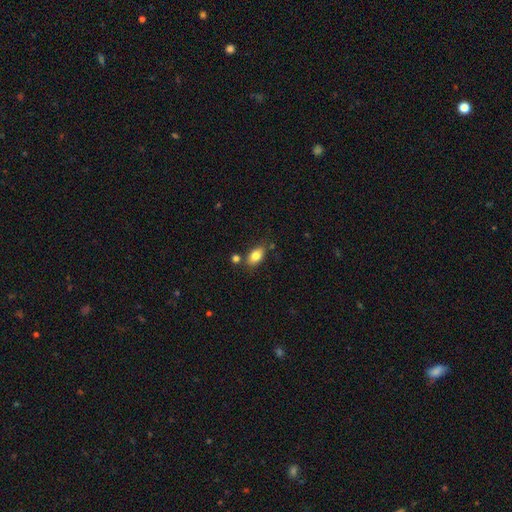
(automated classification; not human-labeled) smooth_or_featured: smooth (p=0.82) [alt: featured or disk p=0.10]
how_rounded: in between (p=0.88) [alt: round p=0.09]
merging: none (p=0.75) [alt: minor disturbance p=0.13]